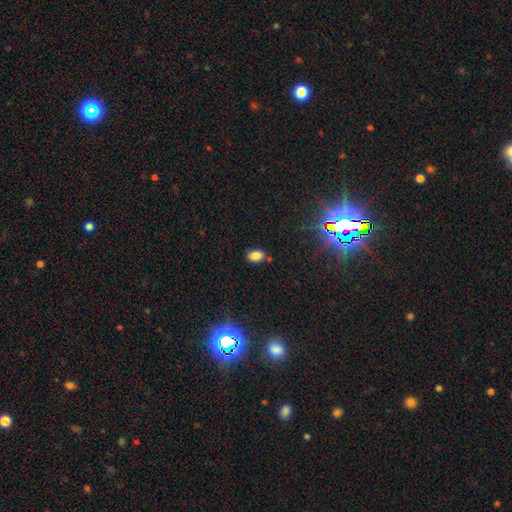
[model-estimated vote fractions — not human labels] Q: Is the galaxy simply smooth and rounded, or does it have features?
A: smooth — 81%.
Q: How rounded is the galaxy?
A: in between — 82%.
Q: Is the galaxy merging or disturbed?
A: none — 78%.